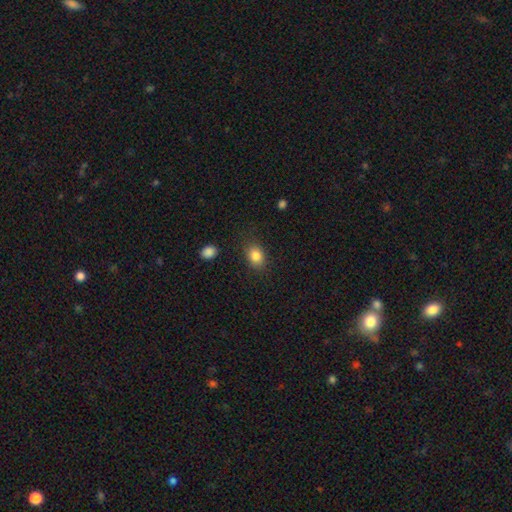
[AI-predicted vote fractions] smooth 84%, star or artifact 9%, featured or disk 7%. Down the decision tree: how rounded — in between (65%); merging — none (82%).